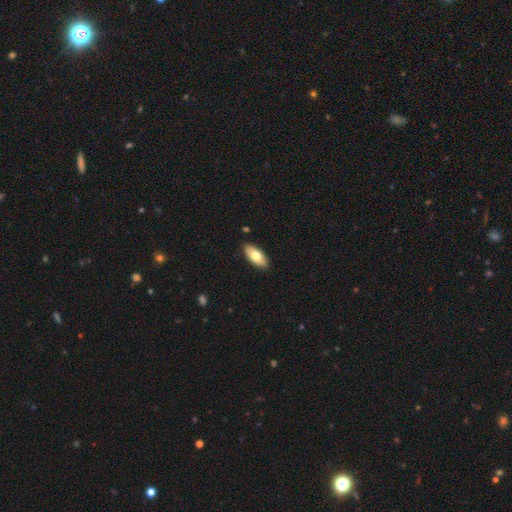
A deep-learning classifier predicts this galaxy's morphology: The model was most divided on "smooth or featured": smooth: 74%, featured or disk: 20%, star or artifact: 6%. More confident: merging — none (89%); how rounded — in between (89%).